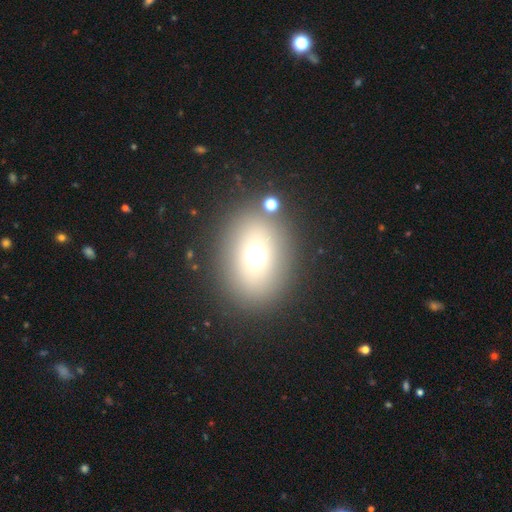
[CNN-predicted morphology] smooth_or_featured: smooth (p=0.65) [alt: star or artifact p=0.19]
how_rounded: in between (p=0.54) [alt: round p=0.45]
merging: none (p=0.79) [alt: minor disturbance p=0.09]